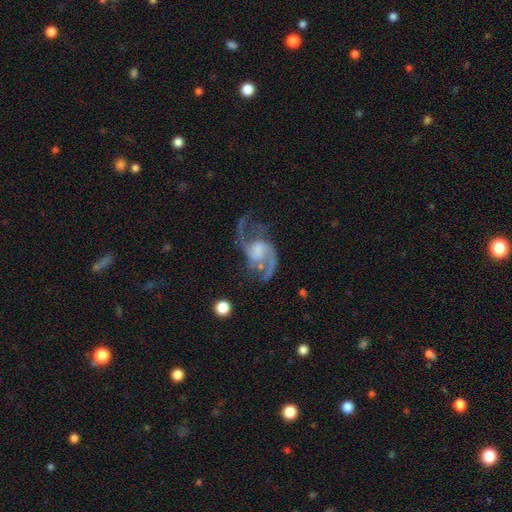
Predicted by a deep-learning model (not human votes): smooth_or_featured: featured or disk (p=0.89) [alt: star or artifact p=0.06]
disk_edge_on: no (p=0.98) [alt: yes p=0.02]
bar: no (p=0.52) [alt: weak p=0.38]
has_spiral_arms: yes (p=0.97) [alt: no p=0.03]
spiral_winding: loose (p=0.59) [alt: medium p=0.35]
spiral_arm_count: 2 (p=0.86) [alt: 3 p=0.04]
bulge_size: none (p=0.37) [alt: moderate p=0.24]
merging: none (p=0.52) [alt: major disturbance p=0.25]